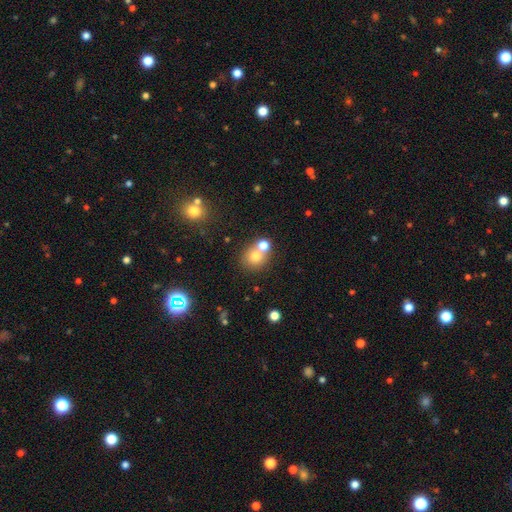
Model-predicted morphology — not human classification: This is likely a smooth galaxy (73%). How rounded: likely round (80%). Merging: possibly none (48%).